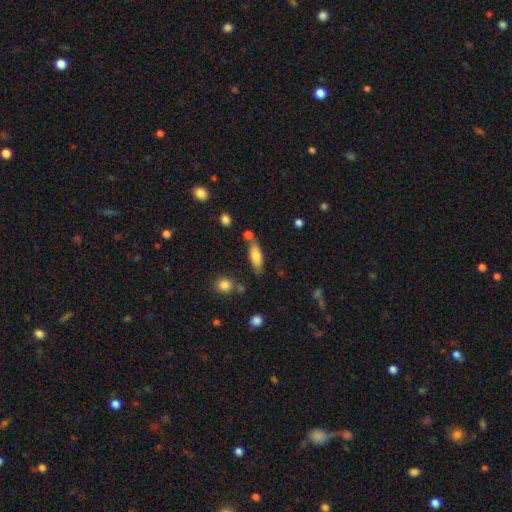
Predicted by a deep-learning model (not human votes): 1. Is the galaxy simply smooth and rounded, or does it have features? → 75% smooth, 18% featured or disk, 7% star or artifact.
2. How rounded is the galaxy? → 65% in between, 33% cigar-shaped, 2% round.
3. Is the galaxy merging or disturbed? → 68% none, 15% minor disturbance, 12% merger, 4% major disturbance.